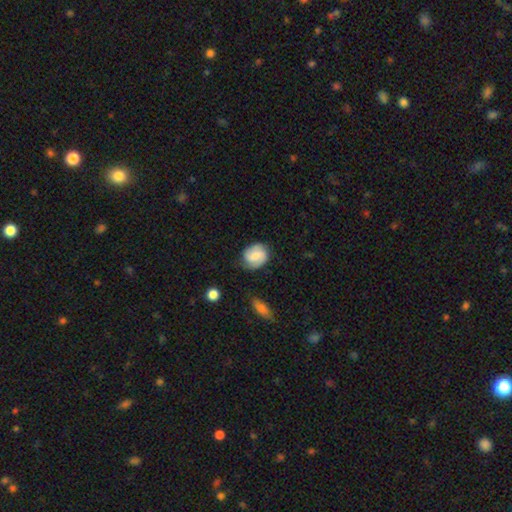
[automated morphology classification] featured or disk 53%, smooth 41%, star or artifact 7%. Down the decision tree: edge-on disk — no (97%); bar — weak (50%); spiral arms — yes (90%); bulge size — moderate (38%, tied with small); merging — none (73%).